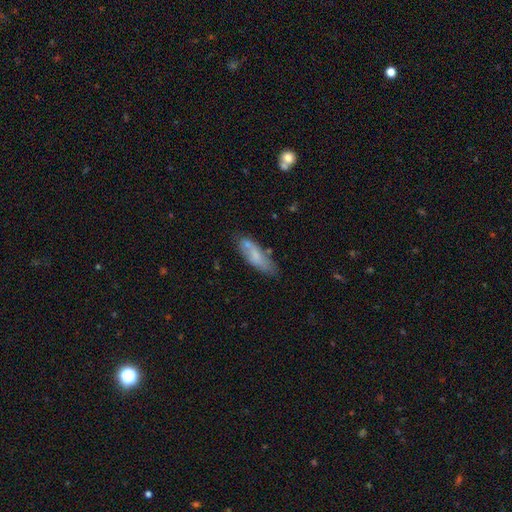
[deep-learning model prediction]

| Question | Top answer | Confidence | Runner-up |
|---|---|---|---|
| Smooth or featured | smooth | 68% | featured or disk (25%) |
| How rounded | in between | 56% | cigar-shaped (42%) |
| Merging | none | 57% | minor disturbance (25%) |